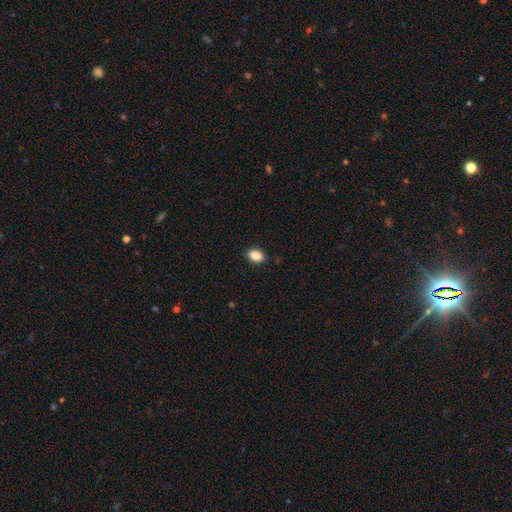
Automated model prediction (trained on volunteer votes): smooth_or_featured: smooth (p=0.88) [alt: star or artifact p=0.08]
how_rounded: in between (p=0.86) [alt: round p=0.13]
merging: none (p=0.89) [alt: minor disturbance p=0.08]